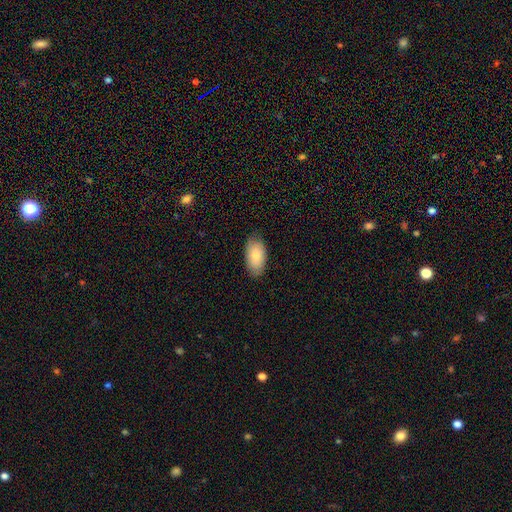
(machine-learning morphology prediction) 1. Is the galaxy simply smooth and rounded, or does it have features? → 79% smooth, 15% featured or disk, 6% star or artifact.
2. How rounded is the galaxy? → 94% in between, 3% round, 2% cigar-shaped.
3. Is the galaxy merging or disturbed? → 81% none, 15% minor disturbance, 3% major disturbance, 1% merger.